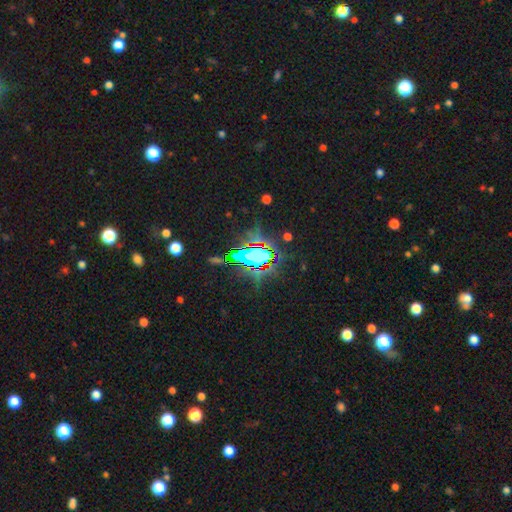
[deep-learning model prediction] This appears to be a star or artifact, not a galaxy (68%).